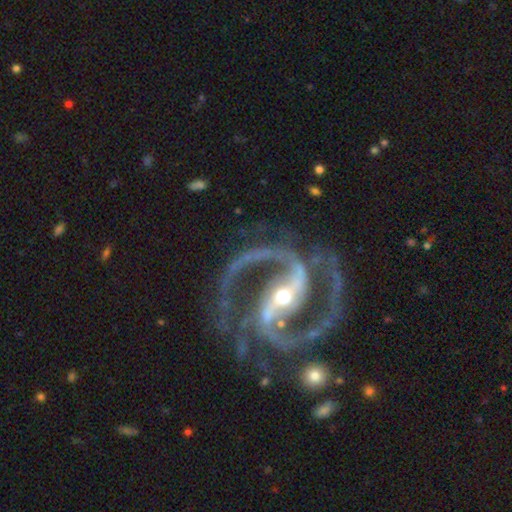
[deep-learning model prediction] This is clearly a featured or disk galaxy (93%). It is clearly not viewed edge-on (98%). Bar: likely strong (71%). Spiral arm pattern: clearly yes (99%). Spiral arm count: clearly 2 (91%). Spiral winding: likely medium (68%). Central bulge: possibly moderate (49%). Merging: likely none (76%).